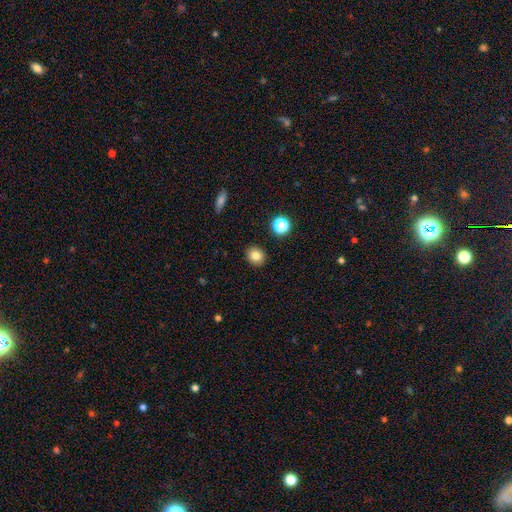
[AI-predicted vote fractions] Smooth or featured? Predicted: smooth (p=0.81). How rounded? Predicted: round (p=0.77). Merging? Predicted: none (p=0.91).